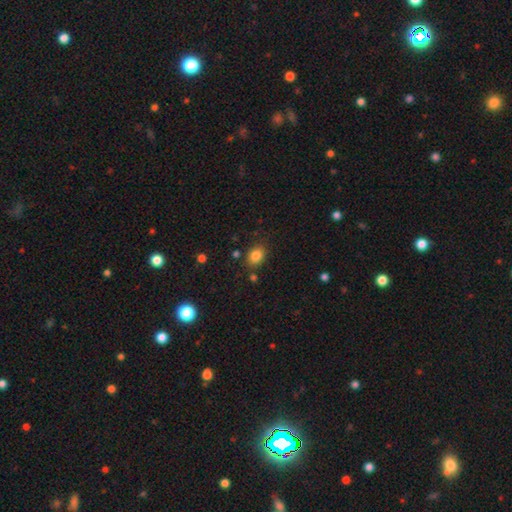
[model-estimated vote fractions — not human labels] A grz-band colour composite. It shows a smooth galaxy with no disk features (83%) that is in between round and cigar-shaped (63%). Merging: none (80%).